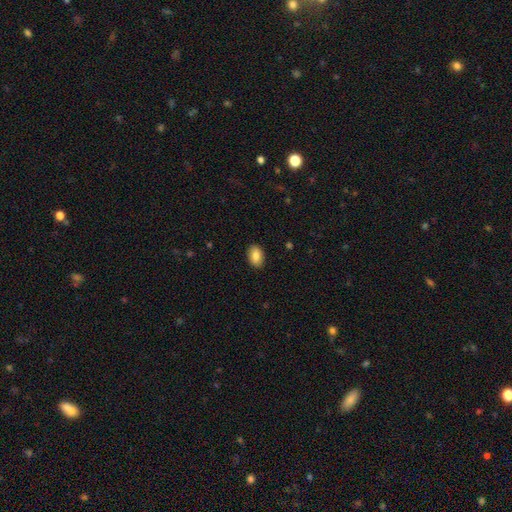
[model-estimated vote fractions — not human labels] A smooth galaxy with no disk features (85%) that is in between round and cigar-shaped (87%). Merging: none (89%).